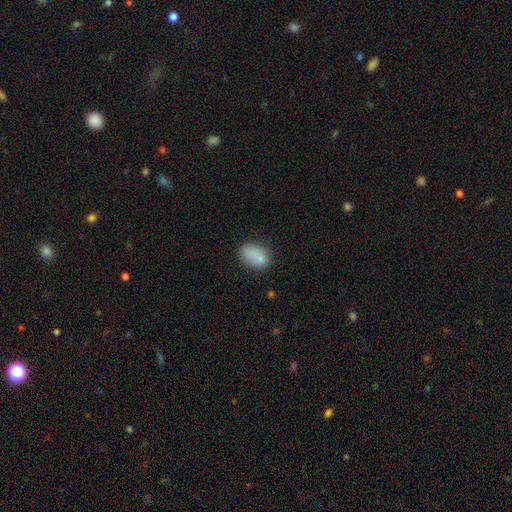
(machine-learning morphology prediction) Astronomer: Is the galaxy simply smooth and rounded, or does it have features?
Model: smooth — 83%.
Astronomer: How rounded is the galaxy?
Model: in between — 84%.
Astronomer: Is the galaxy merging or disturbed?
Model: none — 71%.